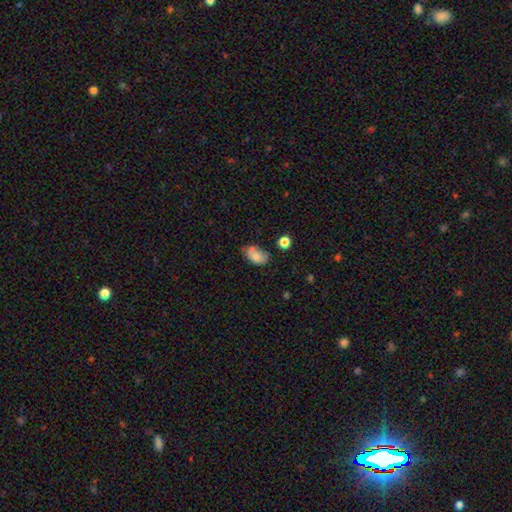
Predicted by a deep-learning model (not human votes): This is likely a smooth galaxy (75%). How rounded: clearly in between (88%). Merging: possibly none (46%).